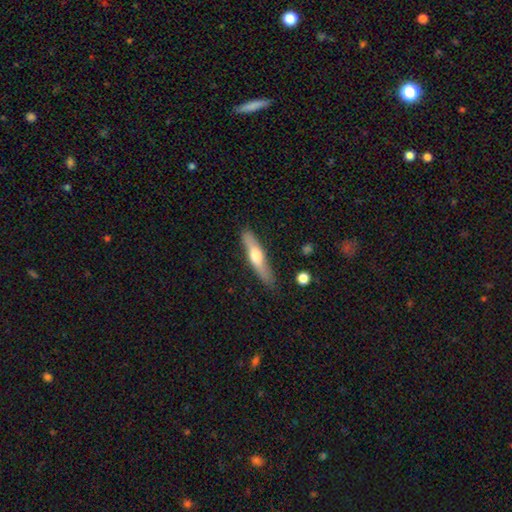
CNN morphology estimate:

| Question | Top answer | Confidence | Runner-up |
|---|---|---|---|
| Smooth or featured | smooth | 49% | featured or disk (46%) |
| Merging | none | 83% | minor disturbance (12%) |